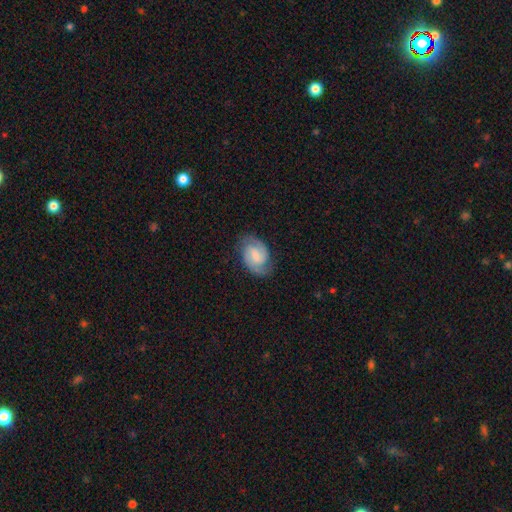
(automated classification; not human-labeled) smooth-or-featured: featured or disk: 80% | smooth: 14% | star or artifact: 6%
  disk-edge-on: no: 98% | yes: 2%
    bar: weak: 54% | no: 32% | strong: 15%
    has-spiral-arms: yes: 97% | no: 3%
      spiral-winding: medium: 48% | tight: 41% | loose: 11%
      spiral-arm-count: 2: 91% | can't tell: 4% | 3: 2% | 1: 1% | 4: 1% | more than 4: 1%
    bulge-size: small: 35% | moderate: 30% | none: 27% | large: 7% | dominant: 1%
  merging: none: 81% | minor disturbance: 14% | major disturbance: 4% | merger: 1%